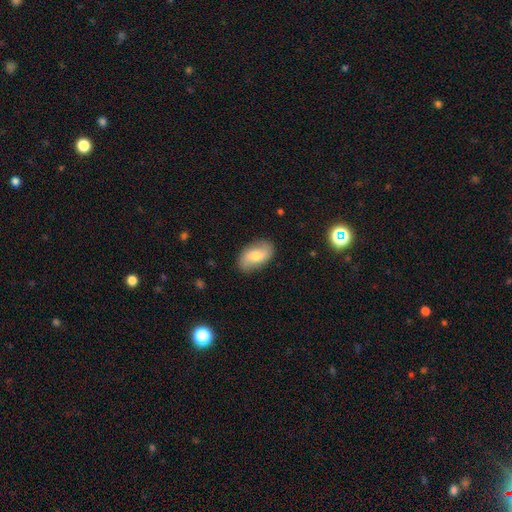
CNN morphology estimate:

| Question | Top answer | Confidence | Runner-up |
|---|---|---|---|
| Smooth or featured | smooth | 56% | featured or disk (37%) |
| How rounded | in between | 92% | round (6%) |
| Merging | none | 83% | minor disturbance (13%) |